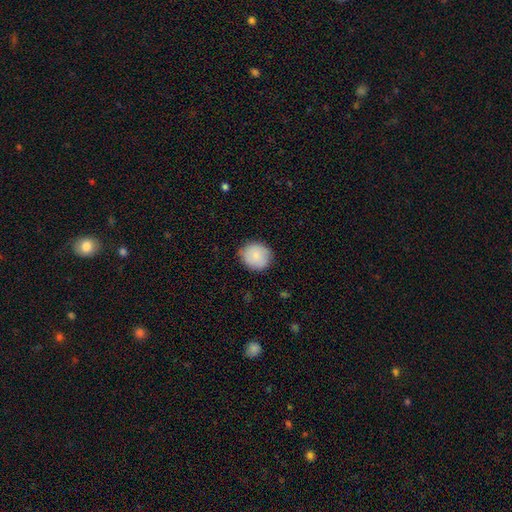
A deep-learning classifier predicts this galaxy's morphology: A smooth galaxy with no disk features (84%) that is round (84%). Merging: none (82%).